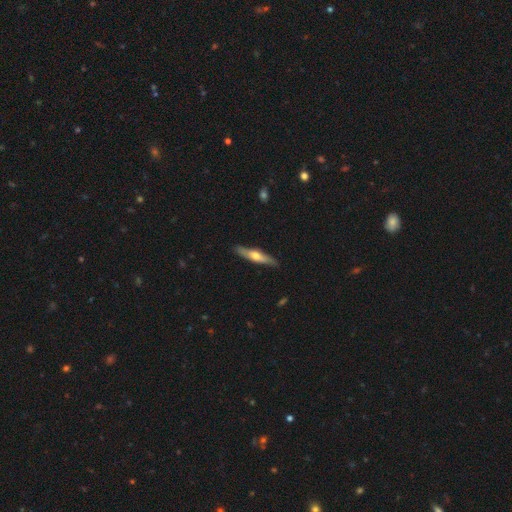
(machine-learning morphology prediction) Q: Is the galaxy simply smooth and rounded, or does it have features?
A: featured or disk — 54%.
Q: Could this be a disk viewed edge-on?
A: yes — 91%.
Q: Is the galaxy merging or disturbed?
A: none — 88%.